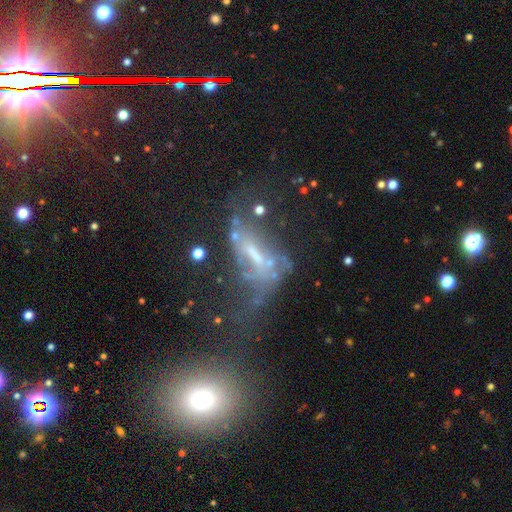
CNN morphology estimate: smooth_or_featured: featured or disk (p=0.59) [alt: smooth p=0.22]
disk_edge_on: no (p=0.83) [alt: yes p=0.17]
merging: major disturbance (p=0.42) [alt: none p=0.24]